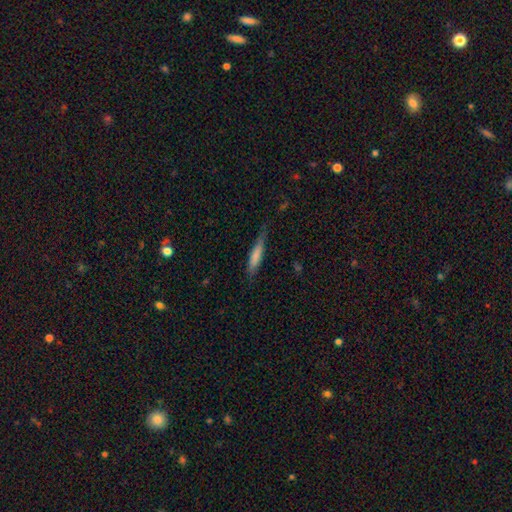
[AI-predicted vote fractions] The model was most divided on "merging": none: 66%, minor disturbance: 26%, major disturbance: 6%, merger: 2%. More confident: how rounded — cigar-shaped (85%); smooth or featured — smooth (71%).